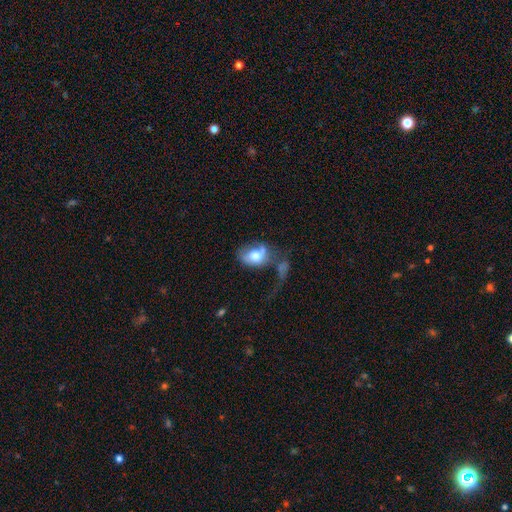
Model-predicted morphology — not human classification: This is possibly a smooth galaxy (60%). How rounded: likely in between (75%). Merging: marginally major disturbance (43%).